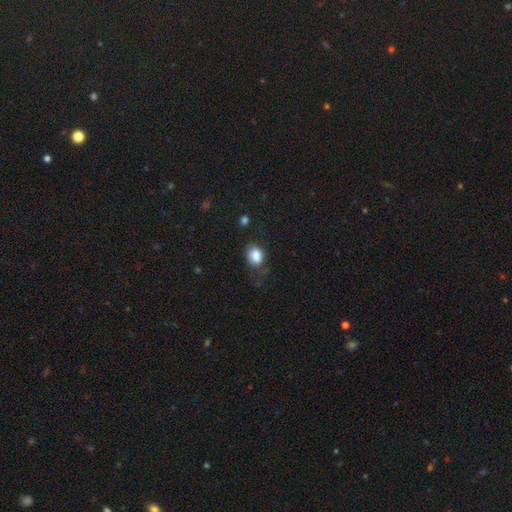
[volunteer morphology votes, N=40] type=smooth (92%); roundness=in between (57%); merging=none (55%).